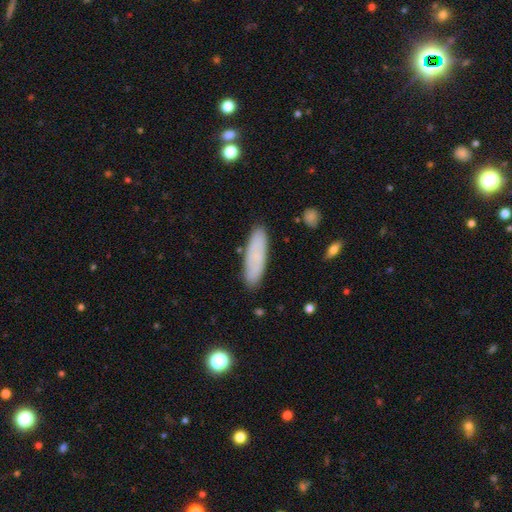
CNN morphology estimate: A smooth galaxy with no disk features (72%) that is cigar-shaped (58%). Merging: none (86%).